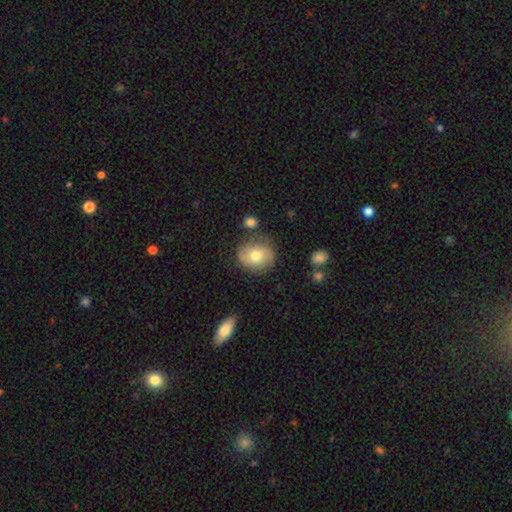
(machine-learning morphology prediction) A smooth galaxy with no disk features (71%) that is round (65%). Merging: none (72%).